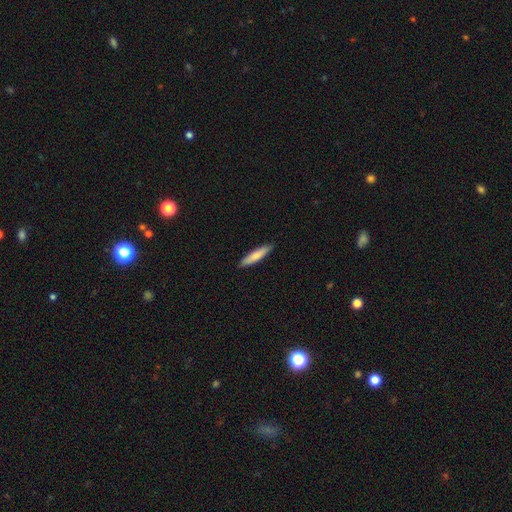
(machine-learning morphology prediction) smooth-or-featured: smooth: 80% | featured or disk: 15% | star or artifact: 5%
  how-rounded: cigar-shaped: 88% | in between: 10% | round: 1%
  merging: none: 90% | minor disturbance: 7% | major disturbance: 1% | merger: 1%